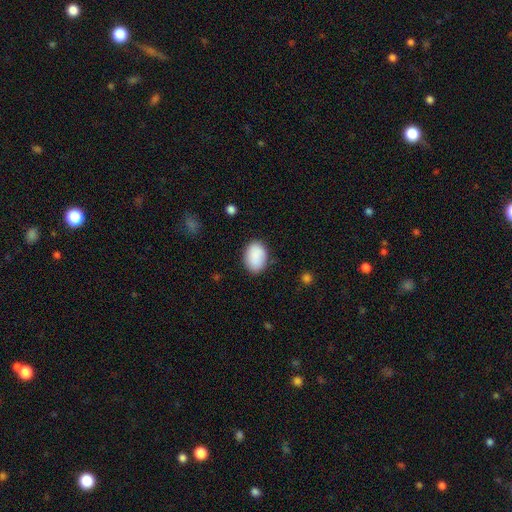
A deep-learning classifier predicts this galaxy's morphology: The model was most divided on "how rounded": in between: 82%, round: 17%, cigar-shaped: 1%. More confident: smooth or featured — smooth (89%); merging — none (82%).